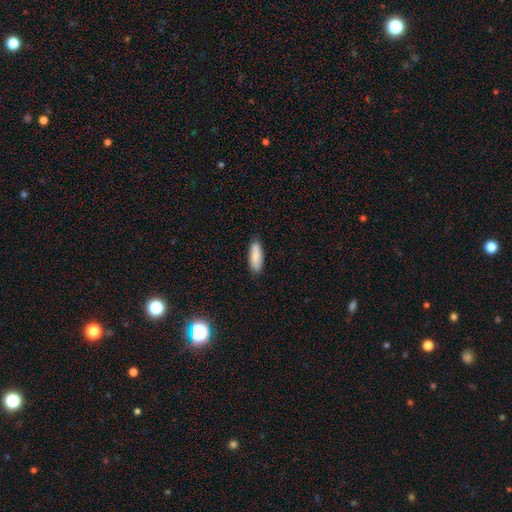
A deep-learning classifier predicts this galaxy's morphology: A smooth galaxy with no disk features (85%) that is in between round and cigar-shaped (59%).

Vote fractions:
- Smooth or featured? smooth: 85% / featured or disk: 9% / star or artifact: 6%
- How rounded? in between: 59% / cigar-shaped: 40% / round: 2%
- Merging? none: 85% / minor disturbance: 11% / major disturbance: 2% / merger: 1%